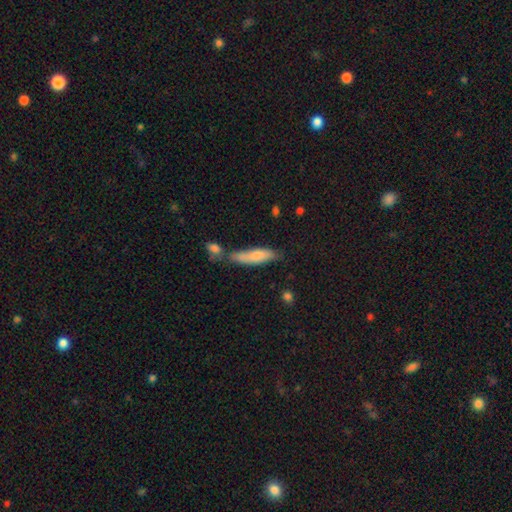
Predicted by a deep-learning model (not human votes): Smooth or featured?
  - smooth: 76% *
  - featured or disk: 18%
  - star or artifact: 6%
How rounded?
  - cigar-shaped: 68% *
  - in between: 30%
  - round: 2%
Merging?
  - none: 51% *
  - merger: 24%
  - minor disturbance: 20%
  - major disturbance: 6%